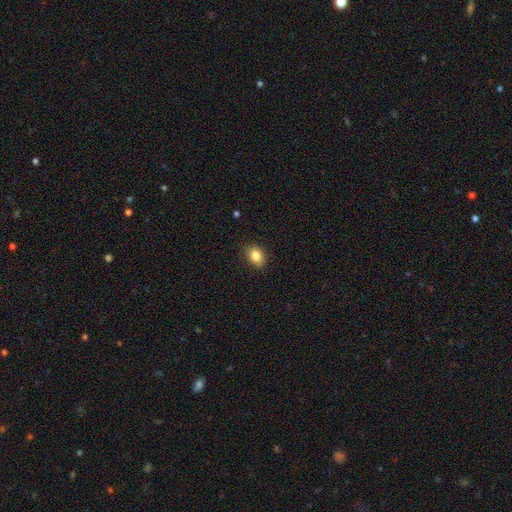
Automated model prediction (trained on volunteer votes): This is clearly a smooth galaxy (84%). How rounded: likely in between (70%). Merging: clearly none (87%).